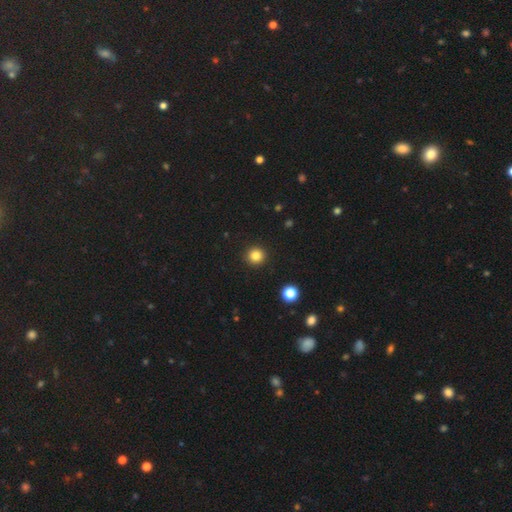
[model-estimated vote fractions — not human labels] Smooth or featured? Predicted: smooth (p=0.83). How rounded? Predicted: round (p=0.95). Merging? Predicted: none (p=0.93).